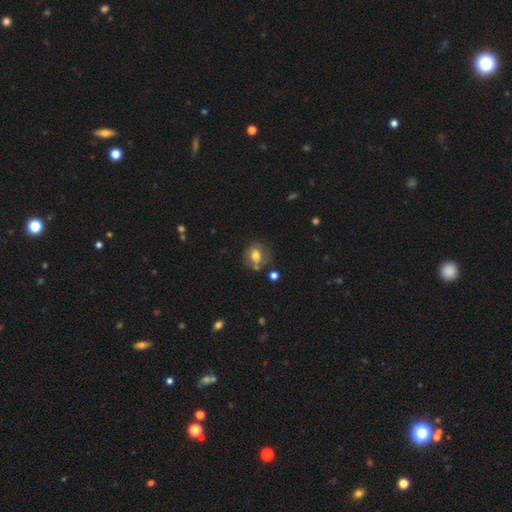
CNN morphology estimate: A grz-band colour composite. It shows a smooth galaxy with no disk features (70%) that is round (68%). Merging: none (66%).